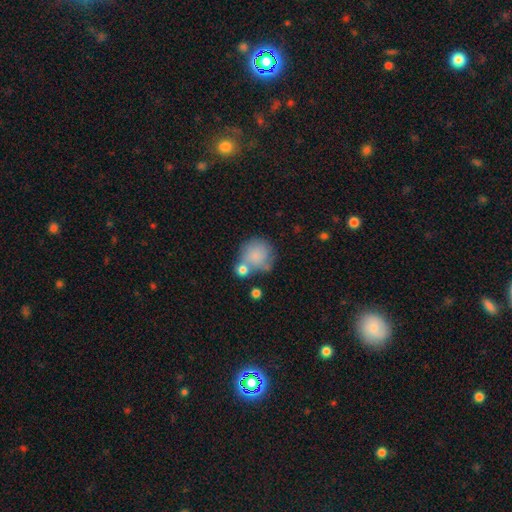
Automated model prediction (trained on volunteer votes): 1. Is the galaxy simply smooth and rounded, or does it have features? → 80% smooth, 13% featured or disk, 8% star or artifact.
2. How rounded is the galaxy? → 85% round, 14% in between, 1% cigar-shaped.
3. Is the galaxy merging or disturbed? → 45% none, 27% merger, 19% minor disturbance, 9% major disturbance.